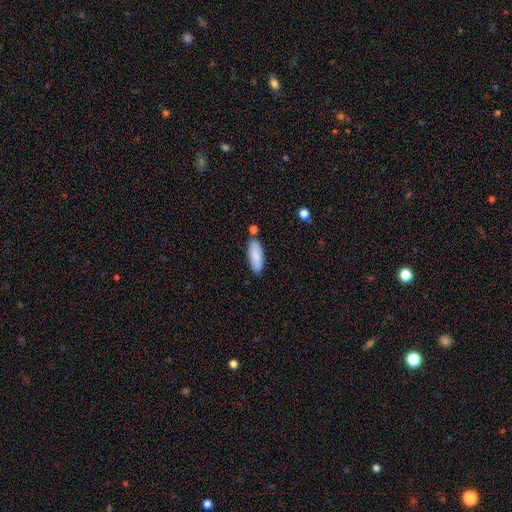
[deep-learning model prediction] Morphology: type=smooth (86%); roundness=in between (69%); merging=none (77%).